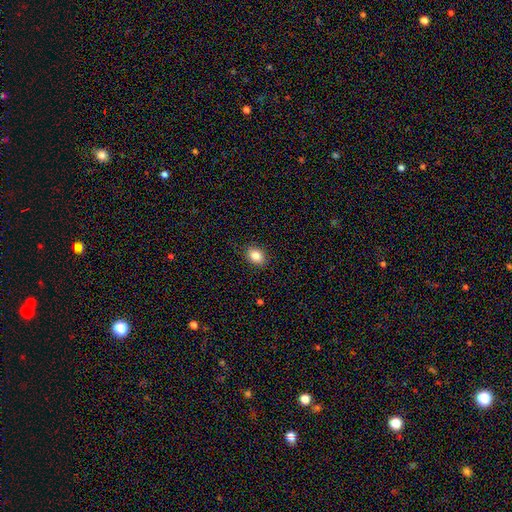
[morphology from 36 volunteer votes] Overall: smooth (89%). How rounded: in between (72%). Merging: none (86%).